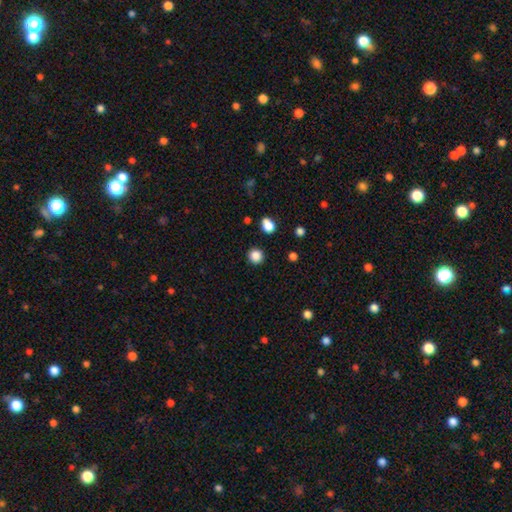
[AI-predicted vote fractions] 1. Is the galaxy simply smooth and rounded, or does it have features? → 86% smooth, 11% star or artifact, 3% featured or disk.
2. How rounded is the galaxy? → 94% round, 5% in between, 1% cigar-shaped.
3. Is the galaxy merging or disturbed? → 91% none, 5% minor disturbance, 2% major disturbance, 2% merger.